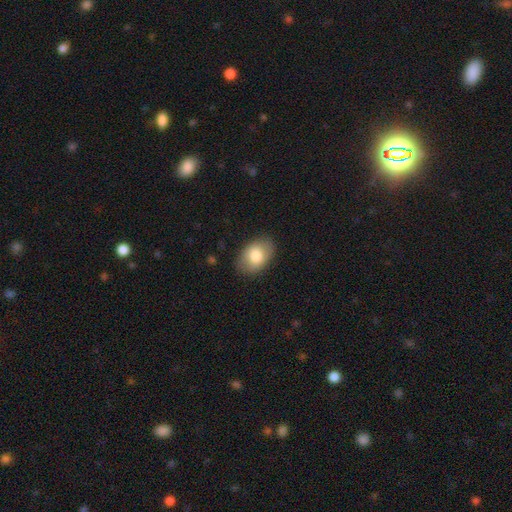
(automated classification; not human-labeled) A smooth galaxy with no disk features (81%) that is in between round and cigar-shaped (86%).

Vote fractions:
- Smooth or featured? smooth: 81% / featured or disk: 13% / star or artifact: 6%
- How rounded? in between: 86% / round: 13% / cigar-shaped: 1%
- Merging? none: 84% / minor disturbance: 12% / major disturbance: 3% / merger: 1%